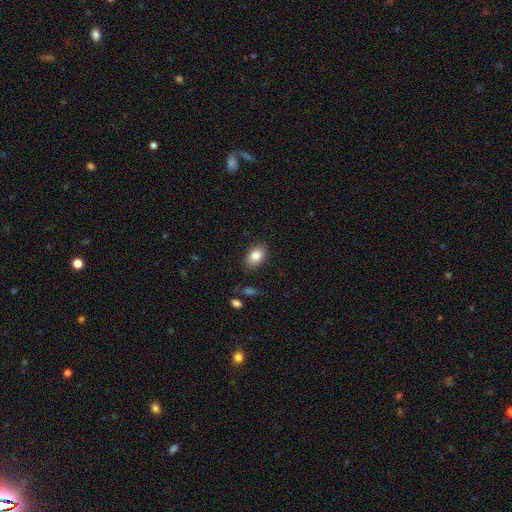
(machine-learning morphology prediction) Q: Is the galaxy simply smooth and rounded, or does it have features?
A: smooth — 84%.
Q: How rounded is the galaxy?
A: in between — 85%.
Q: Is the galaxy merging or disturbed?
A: none — 85%.